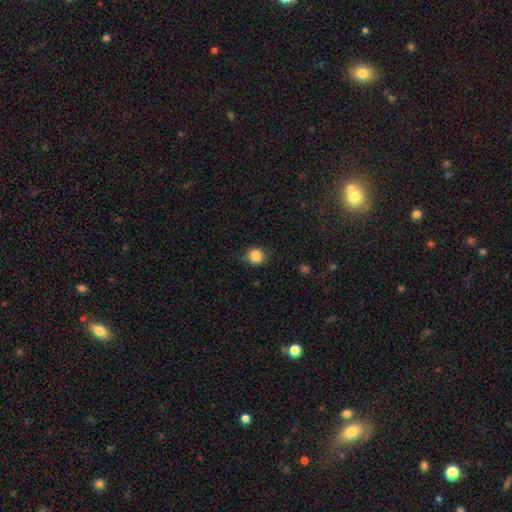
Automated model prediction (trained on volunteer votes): This appears to be a smooth galaxy with no disk features (85%) that is round (84%). Merging: none (75%).